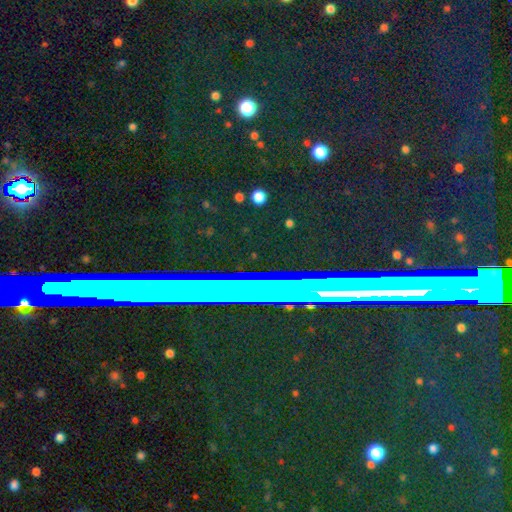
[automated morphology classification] This is clearly a star or artifact rather than a galaxy (80%).